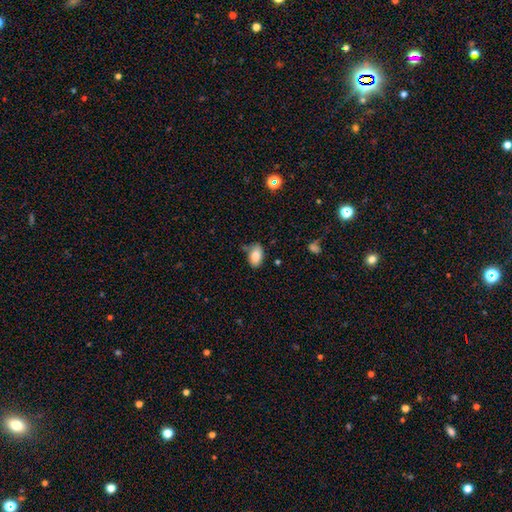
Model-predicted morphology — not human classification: A smooth galaxy with no disk features (84%) that is in between round and cigar-shaped (91%).

Vote fractions:
- Smooth or featured? smooth: 84% / featured or disk: 8% / star or artifact: 8%
- How rounded? in between: 91% / round: 7% / cigar-shaped: 2%
- Merging? none: 66% / minor disturbance: 24% / major disturbance: 5% / merger: 5%